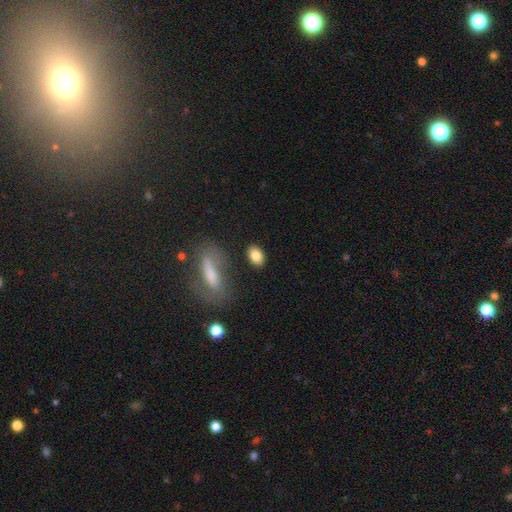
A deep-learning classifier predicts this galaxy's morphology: smooth 82%, featured or disk 10%, star or artifact 8%. Down the decision tree: how rounded — in between (82%); merging — none (84%).